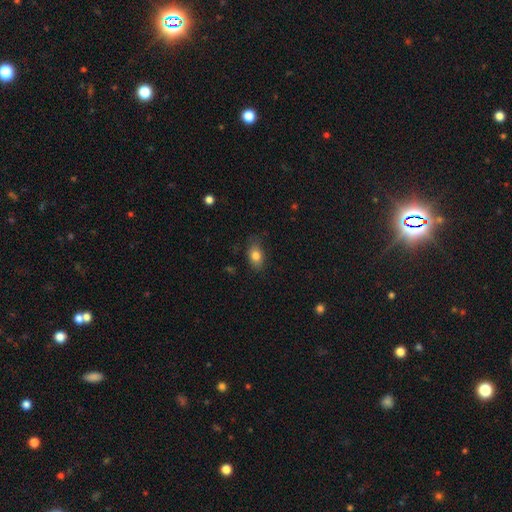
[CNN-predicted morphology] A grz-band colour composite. It shows a smooth galaxy with no disk features (81%) that is in between round and cigar-shaped (83%). Merging: none (78%).